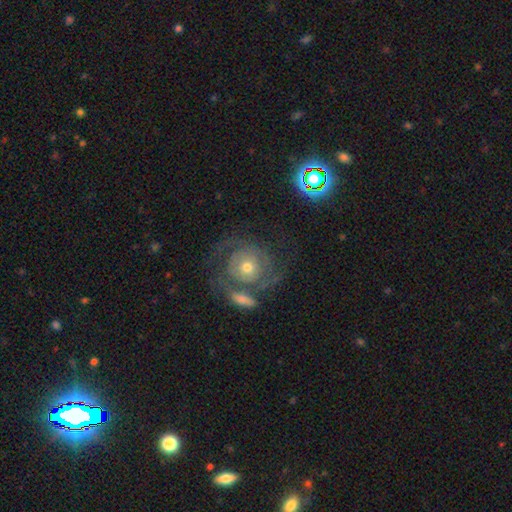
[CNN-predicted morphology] smooth_or_featured: featured or disk (p=0.74) [alt: star or artifact p=0.15]
disk_edge_on: no (p=0.97) [alt: yes p=0.03]
bar: no (p=0.74) [alt: weak p=0.20]
has_spiral_arms: yes (p=0.92) [alt: no p=0.08]
spiral_winding: tight (p=0.67) [alt: medium p=0.26]
spiral_arm_count: 2 (p=0.43) [alt: can't tell p=0.26]
bulge_size: small (p=0.47) [tied with: moderate p=0.47]
merging: none (p=0.62) [alt: merger p=0.18]